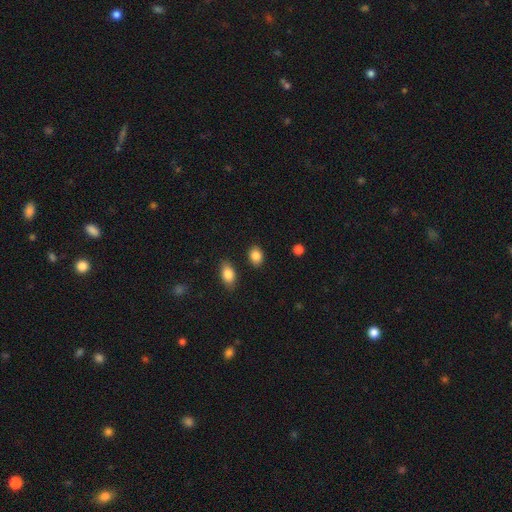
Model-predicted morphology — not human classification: This appears to be a smooth galaxy with no disk features (86%) that is in between round and cigar-shaped (69%). Merging: none (86%).